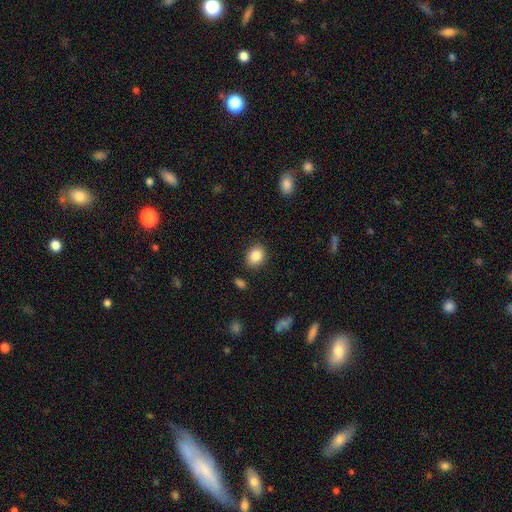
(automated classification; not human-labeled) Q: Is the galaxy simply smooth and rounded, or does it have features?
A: smooth — 86%.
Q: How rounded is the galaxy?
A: in between — 52%.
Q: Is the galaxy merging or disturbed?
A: none — 86%.